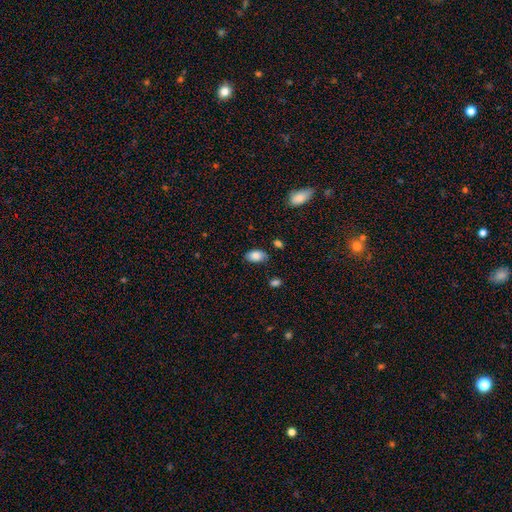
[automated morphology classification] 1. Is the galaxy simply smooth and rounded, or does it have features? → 83% smooth, 9% featured or disk, 8% star or artifact.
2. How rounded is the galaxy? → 93% in between, 6% round, 2% cigar-shaped.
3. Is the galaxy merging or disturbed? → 74% none, 20% minor disturbance, 4% major disturbance, 2% merger.